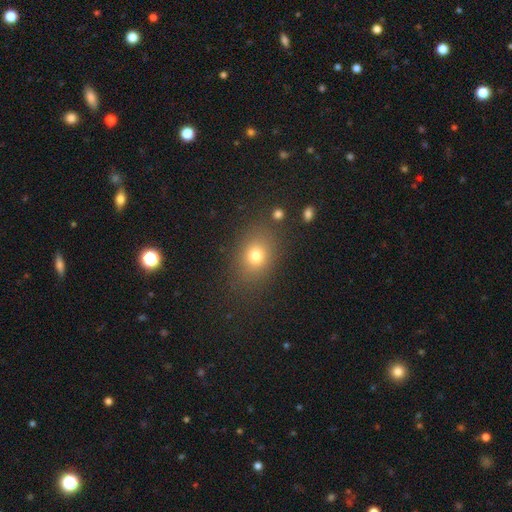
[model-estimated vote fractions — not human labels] smooth-or-featured: smooth: 75% | star or artifact: 14% | featured or disk: 11%
  how-rounded: in between: 57% | round: 41% | cigar-shaped: 1%
  merging: none: 81% | minor disturbance: 12% | major disturbance: 5% | merger: 3%